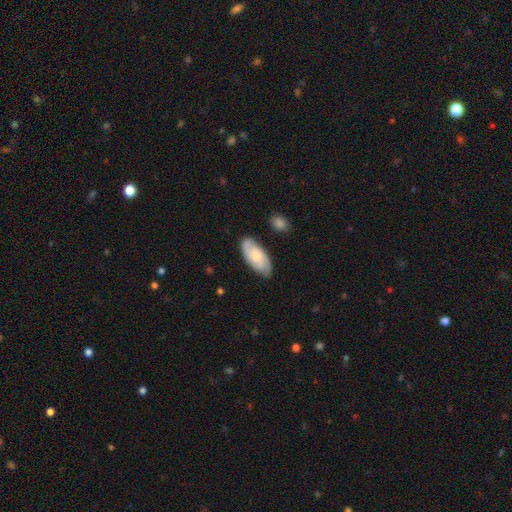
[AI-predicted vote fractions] The model was most divided on "spiral winding": tight: 47%, medium: 40%, loose: 12%. Remaining: edge-on disk — no (93%); spiral arms — yes (92%); merging — none (80%); bar — no (67%); smooth or featured — featured or disk (61%); spiral arm count — 2 (57%); bulge size — small (47%).